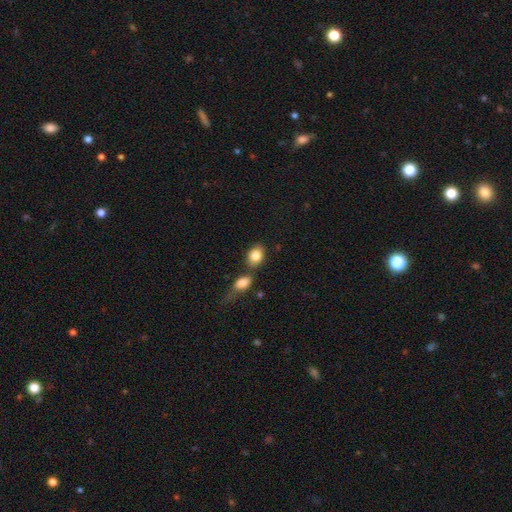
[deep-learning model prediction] Q: Smooth or featured?
A: smooth (84%); runner-up: featured or disk (8%)
Q: How rounded?
A: in between (67%); runner-up: round (32%)
Q: Merging?
A: none (56%); runner-up: merger (25%)